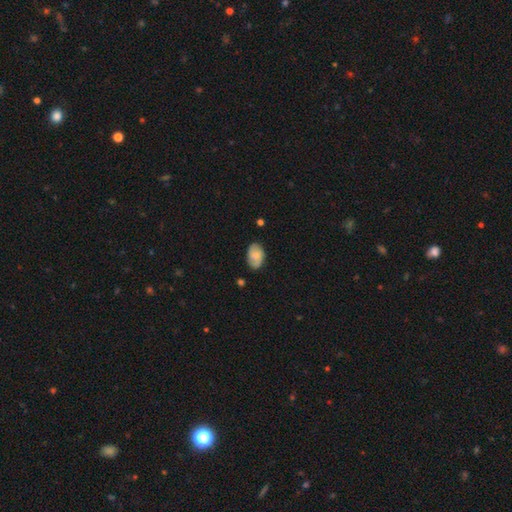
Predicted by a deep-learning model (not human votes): Smooth or featured?
  - smooth: 55% *
  - featured or disk: 37%
  - star or artifact: 8%
How rounded?
  - in between: 88% *
  - round: 10%
  - cigar-shaped: 1%
Merging?
  - none: 75% *
  - minor disturbance: 19%
  - major disturbance: 4%
  - merger: 2%